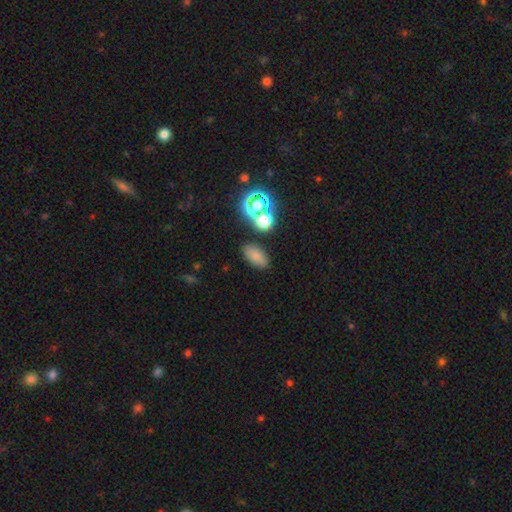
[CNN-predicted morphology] This is likely a smooth galaxy (73%). How rounded: clearly in between (84%). Merging: likely none (78%).